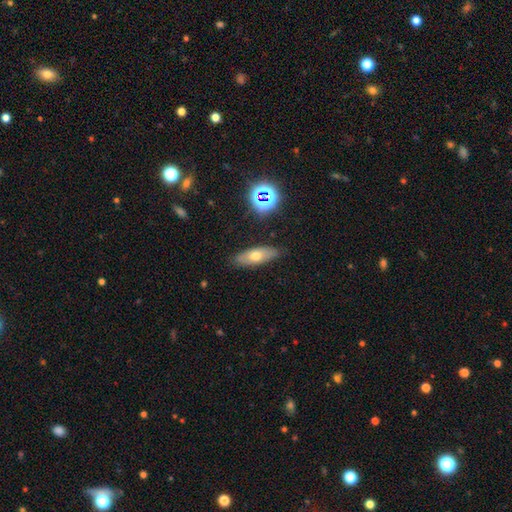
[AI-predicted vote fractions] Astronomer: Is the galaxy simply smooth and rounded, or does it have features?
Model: smooth — 61%.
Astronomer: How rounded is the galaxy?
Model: in between — 68%.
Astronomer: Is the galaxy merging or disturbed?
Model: none — 84%.